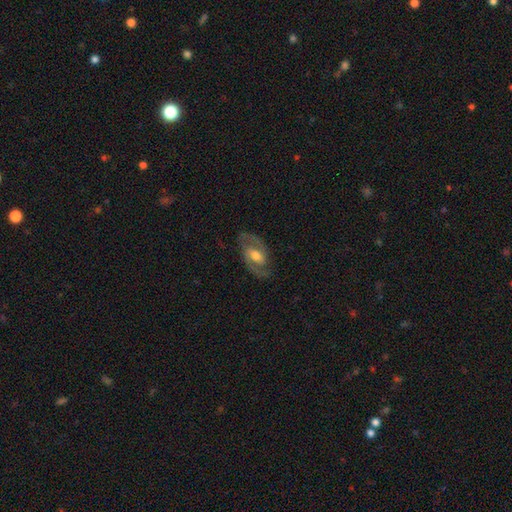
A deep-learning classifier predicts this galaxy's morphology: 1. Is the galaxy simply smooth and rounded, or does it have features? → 79% featured or disk, 15% smooth, 6% star or artifact.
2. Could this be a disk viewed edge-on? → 95% no, 5% yes.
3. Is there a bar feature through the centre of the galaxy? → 47% weak, 32% no, 21% strong.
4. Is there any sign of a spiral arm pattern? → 90% yes, 10% no.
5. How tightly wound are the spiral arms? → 55% medium, 25% tight, 20% loose.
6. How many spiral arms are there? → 89% 2, 5% can't tell, 2% 1, 1% 3, 1% 4, 1% more than 4.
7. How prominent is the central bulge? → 66% moderate, 18% small, 13% large, 2% none, 1% dominant.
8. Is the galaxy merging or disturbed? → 80% none, 13% minor disturbance, 6% major disturbance, 1% merger.